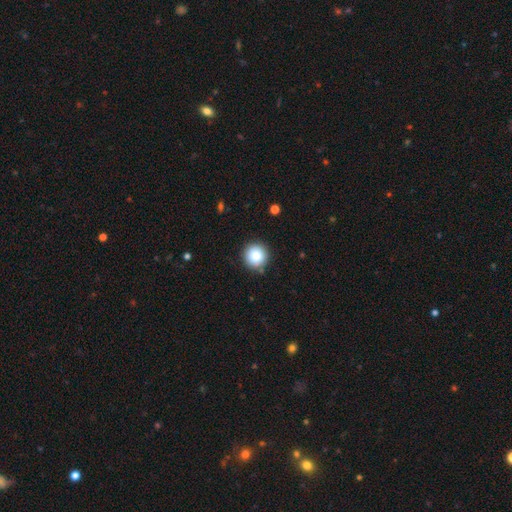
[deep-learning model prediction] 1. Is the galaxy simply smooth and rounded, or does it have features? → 86% smooth, 9% star or artifact, 5% featured or disk.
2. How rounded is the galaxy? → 95% round, 4% in between, 1% cigar-shaped.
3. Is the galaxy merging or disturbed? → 88% none, 8% minor disturbance, 2% major disturbance, 2% merger.